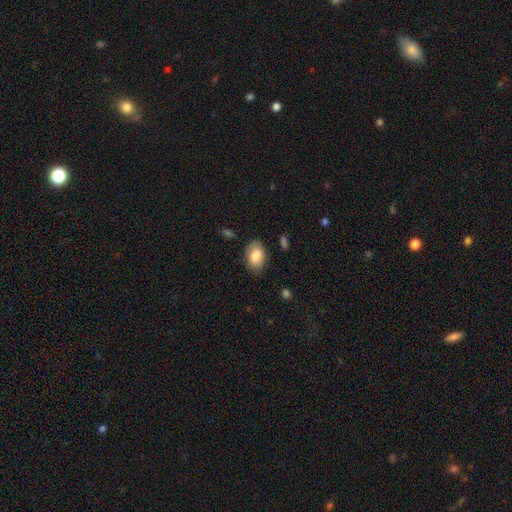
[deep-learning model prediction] smooth 82%, featured or disk 11%, star or artifact 7%. Down the decision tree: how rounded — in between (86%); merging — none (79%).